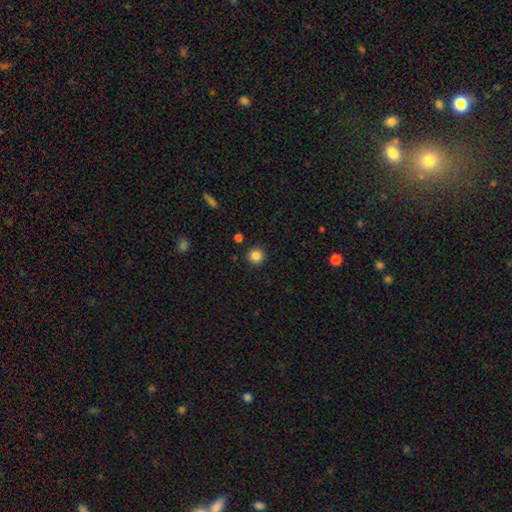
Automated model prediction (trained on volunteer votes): A smooth galaxy with no disk features (85%) that is round (95%). Merging: none (91%).